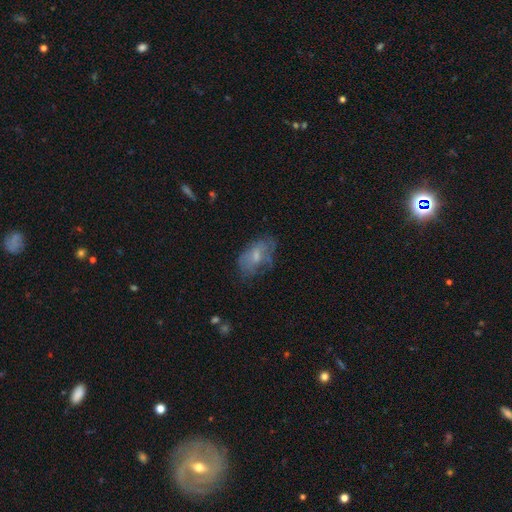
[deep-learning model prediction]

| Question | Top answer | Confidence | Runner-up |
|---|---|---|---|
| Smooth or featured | smooth | 53% | featured or disk (39%) |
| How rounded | in between | 90% | round (7%) |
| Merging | none | 52% | minor disturbance (29%) |